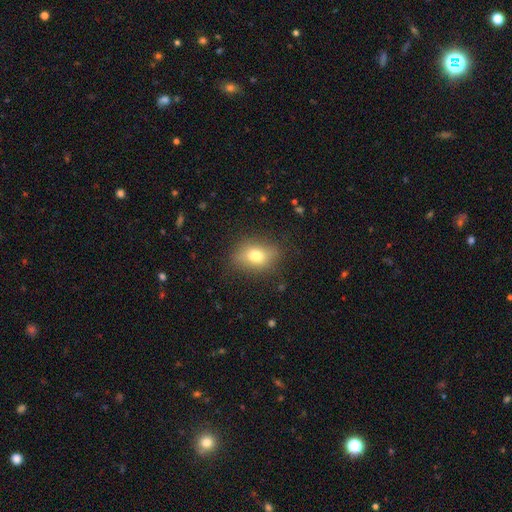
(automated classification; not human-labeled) Morphology: type=smooth (73%); roundness=in between (67%); merging=none (80%).